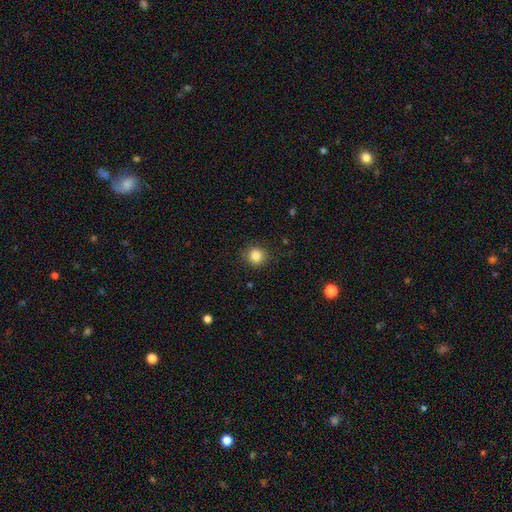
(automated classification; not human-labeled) smooth_or_featured: smooth (p=0.85) [alt: star or artifact p=0.11]
how_rounded: round (p=0.90) [alt: in between p=0.09]
merging: none (p=0.86) [alt: minor disturbance p=0.10]